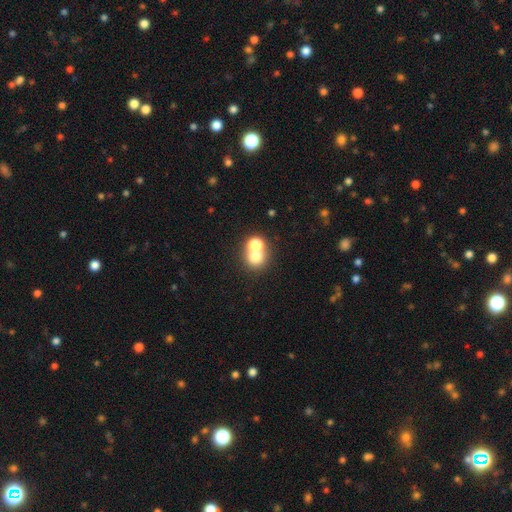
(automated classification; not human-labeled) Morphology: type=smooth (69%); roundness=round (80%); merging=merger (48%).